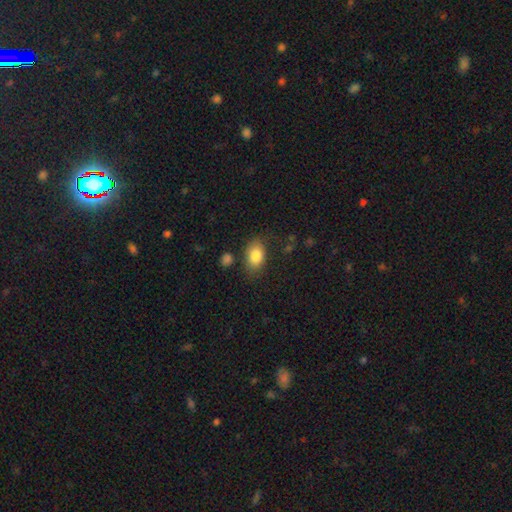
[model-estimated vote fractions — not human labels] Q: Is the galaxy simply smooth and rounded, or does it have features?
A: smooth — 84%.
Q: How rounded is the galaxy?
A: in between — 85%.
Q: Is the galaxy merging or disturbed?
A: none — 74%.